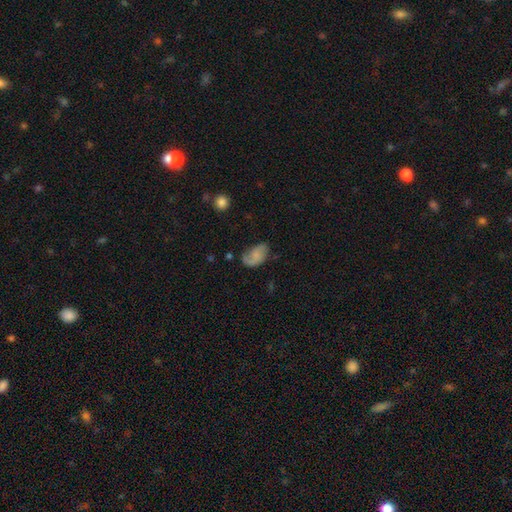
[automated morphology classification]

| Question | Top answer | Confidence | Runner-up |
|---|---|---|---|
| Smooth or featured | featured or disk | 46% | smooth (45%) |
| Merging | none | 50% | minor disturbance (29%) |